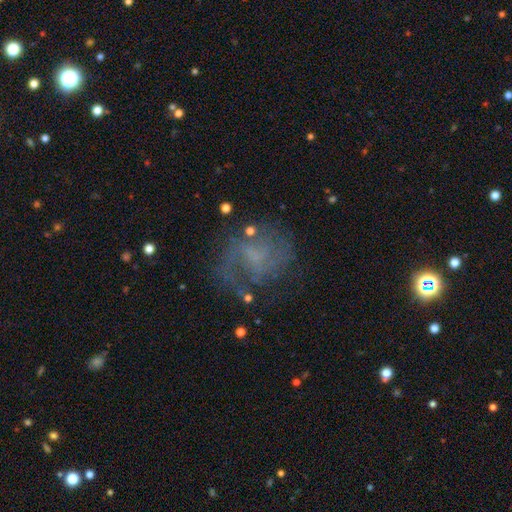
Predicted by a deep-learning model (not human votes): This is likely a featured or disk galaxy (67%). It is clearly not viewed edge-on (98%). Bar: possibly no (58%). Spiral arm pattern: clearly yes (82%). Spiral arm count: possibly 2 (54%). Spiral winding: marginally medium (44%). Central bulge: possibly none (50%). Merging: likely none (61%).